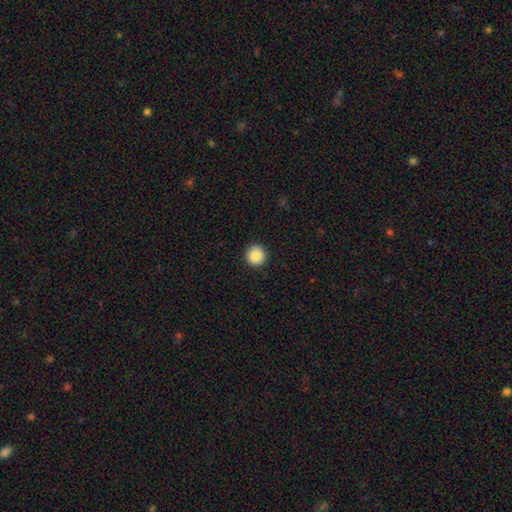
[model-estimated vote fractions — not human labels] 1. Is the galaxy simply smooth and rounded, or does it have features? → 88% smooth, 8% star or artifact, 4% featured or disk.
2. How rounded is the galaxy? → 96% round, 3% in between, 1% cigar-shaped.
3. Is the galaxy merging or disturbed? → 93% none, 4% minor disturbance, 2% major disturbance, 1% merger.